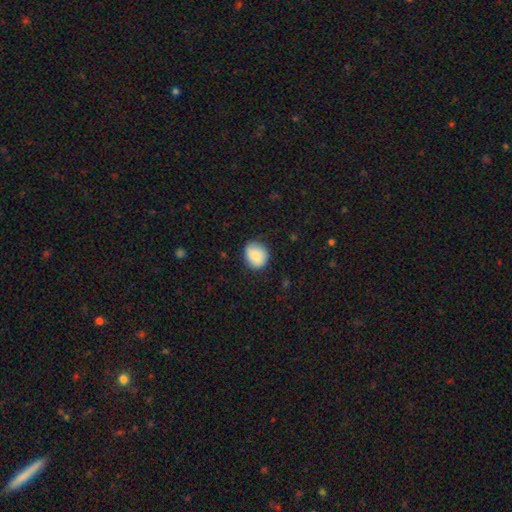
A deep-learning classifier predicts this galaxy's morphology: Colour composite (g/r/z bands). It shows a smooth galaxy with no disk features (85%) that is round (72%). Merging: none (80%).